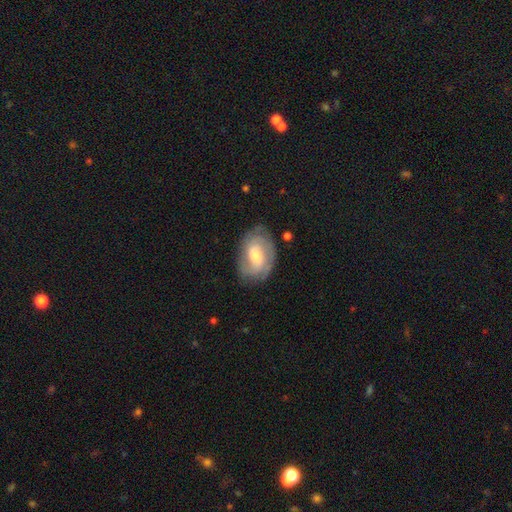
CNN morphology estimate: featured or disk 64%, smooth 29%, star or artifact 7%. Down the decision tree: edge-on disk — no (96%); bar — weak (46%); spiral arms — yes (85%); spiral arm count — 2 (41%); spiral winding — tight (46%); bulge size — moderate (58%); merging — none (72%).